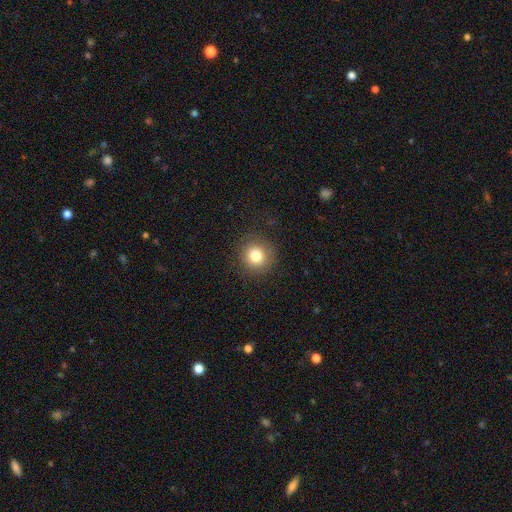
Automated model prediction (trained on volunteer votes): Smooth or featured? smooth (80%)
How rounded? round (93%)
Merging? none (88%)